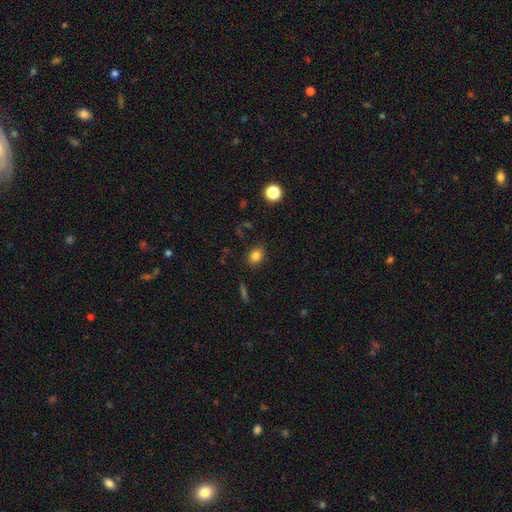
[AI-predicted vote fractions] smooth_or_featured: smooth (p=0.82) [alt: star or artifact p=0.12]
how_rounded: in between (p=0.53) [alt: round p=0.45]
merging: none (p=0.84) [alt: minor disturbance p=0.11]